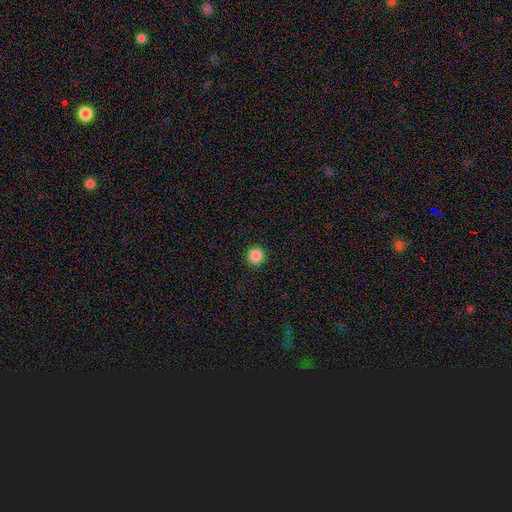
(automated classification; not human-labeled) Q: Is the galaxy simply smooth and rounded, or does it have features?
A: smooth — 86%.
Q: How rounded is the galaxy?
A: round — 96%.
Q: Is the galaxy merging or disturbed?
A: none — 93%.